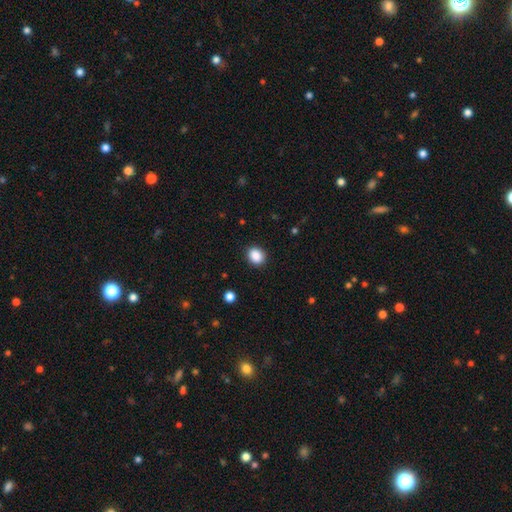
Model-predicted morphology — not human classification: Q: Smooth or featured?
A: smooth (88%); runner-up: star or artifact (9%)
Q: How rounded?
A: round (59%); runner-up: in between (40%)
Q: Merging?
A: none (90%); runner-up: minor disturbance (7%)